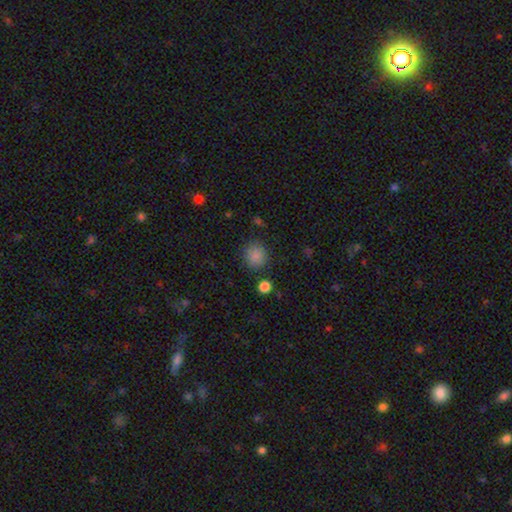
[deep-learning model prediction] Smooth or featured: smooth — 85% (star or artifact — 11%)
How rounded: round — 91% (in between — 8%)
Merging: none — 87% (minor disturbance — 8%)